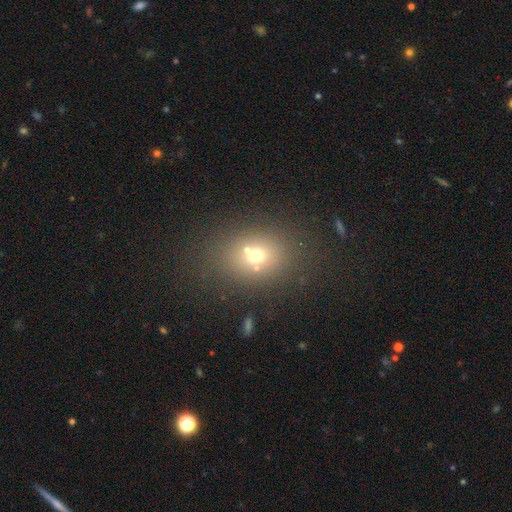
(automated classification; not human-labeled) smooth-or-featured: smooth: 65% | star or artifact: 18% | featured or disk: 17%
  how-rounded: round: 51% | in between: 48% | cigar-shaped: 1%
  merging: none: 63% | merger: 19% | minor disturbance: 11% | major disturbance: 6%